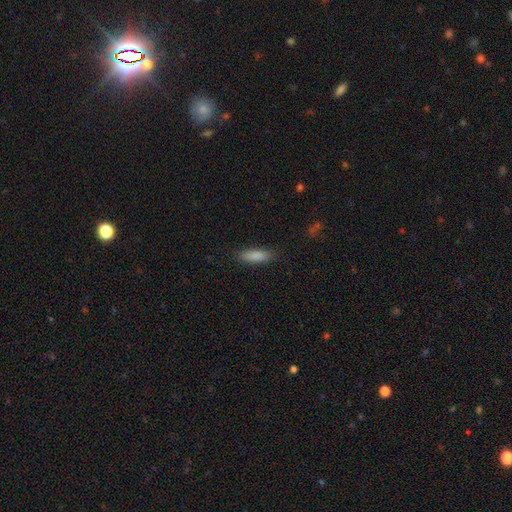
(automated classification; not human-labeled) Q: Smooth or featured?
A: smooth (87%); runner-up: star or artifact (7%)
Q: How rounded?
A: in between (51%); runner-up: cigar-shaped (47%)
Q: Merging?
A: none (86%); runner-up: minor disturbance (10%)